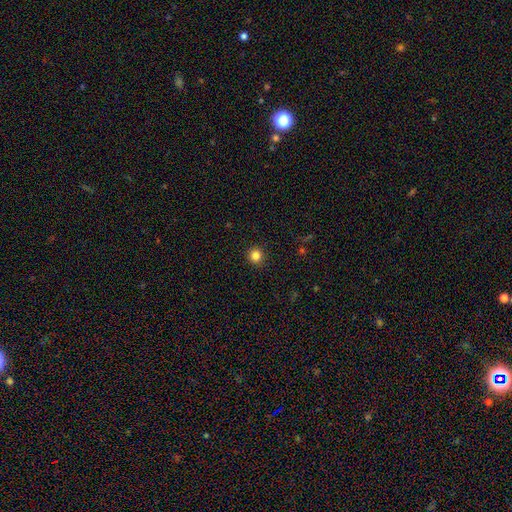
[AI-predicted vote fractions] Smooth or featured? Predicted: smooth (p=0.83). How rounded? Predicted: round (p=0.94). Merging? Predicted: none (p=0.92).